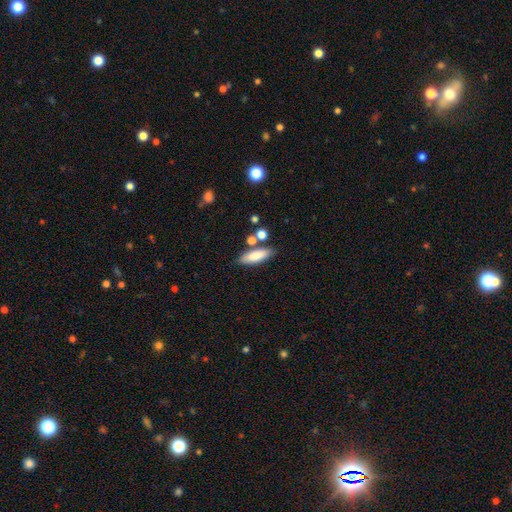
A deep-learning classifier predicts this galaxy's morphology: smooth 81%, featured or disk 12%, star or artifact 7%. Down the decision tree: how rounded — in between (57%); merging — none (70%).